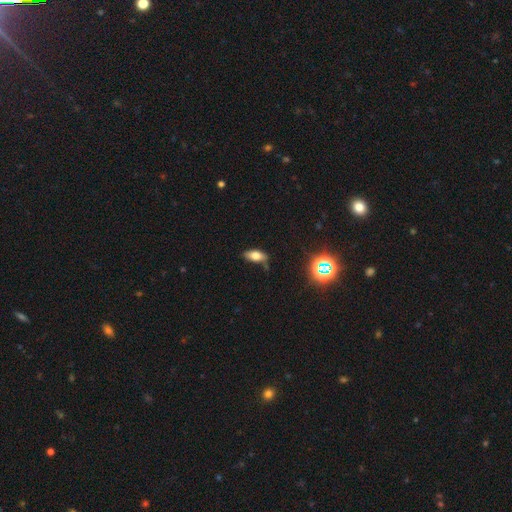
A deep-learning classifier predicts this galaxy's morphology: Smooth or featured: smooth — 68% (featured or disk — 19%)
How rounded: in between — 84% (cigar-shaped — 11%)
Merging: none — 57% (minor disturbance — 29%)